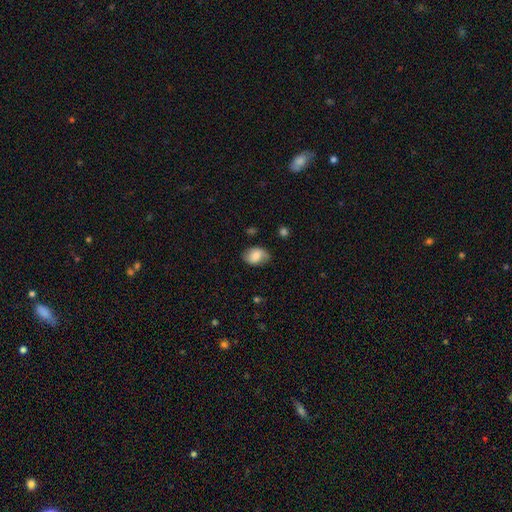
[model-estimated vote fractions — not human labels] Smooth or featured? smooth (69%)
How rounded? in between (81%)
Merging? none (71%)